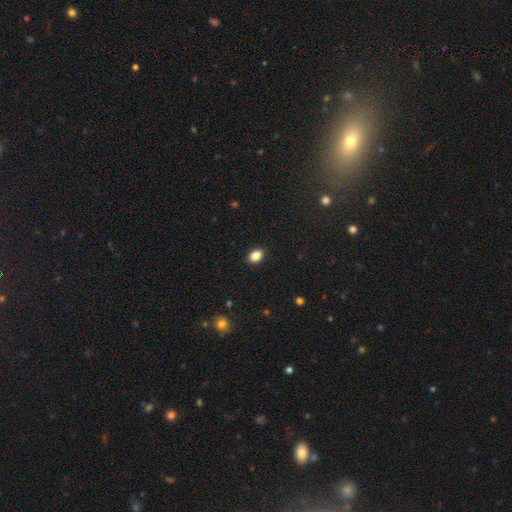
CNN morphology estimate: Overall: smooth (86%). How rounded: in between (70%). Merging: none (90%).